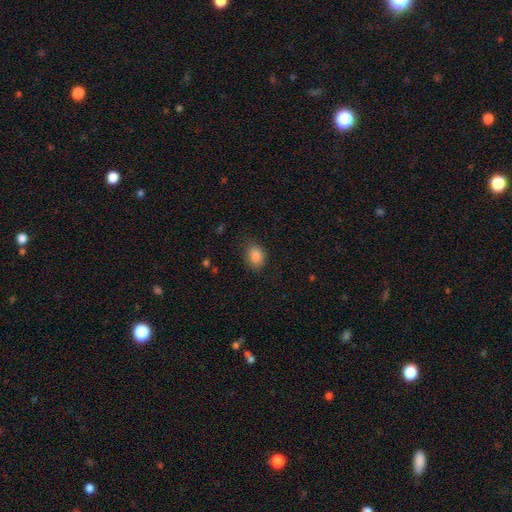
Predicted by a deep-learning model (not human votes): Smooth or featured?
  - smooth: 87% *
  - star or artifact: 9%
  - featured or disk: 4%
How rounded?
  - in between: 73% *
  - round: 26%
  - cigar-shaped: 1%
Merging?
  - none: 78% *
  - minor disturbance: 16%
  - major disturbance: 5%
  - merger: 1%